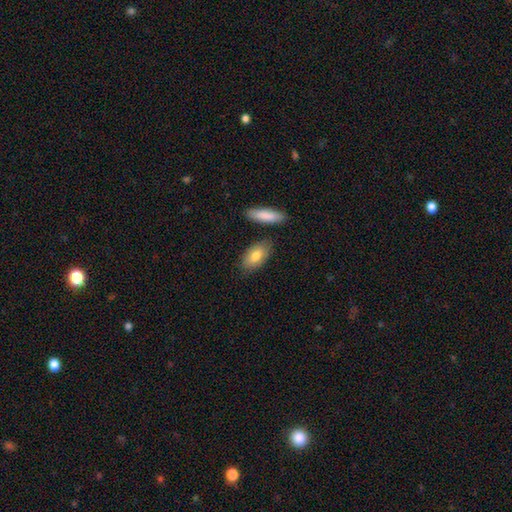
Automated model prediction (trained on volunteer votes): A smooth galaxy with no disk features (79%) that is in between round and cigar-shaped (88%). Merging: none (79%).